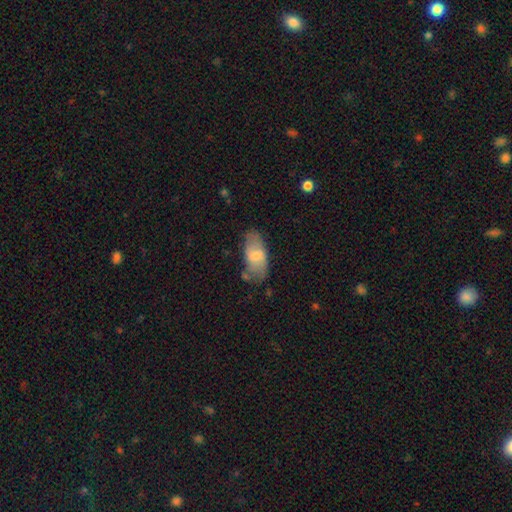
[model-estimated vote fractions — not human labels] Smooth or featured? smooth (68%)
How rounded? in between (91%)
Merging? none (61%)